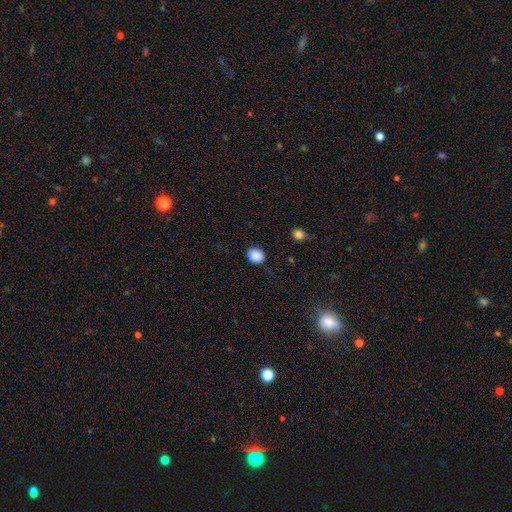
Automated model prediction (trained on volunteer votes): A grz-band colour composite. It shows a smooth galaxy with no disk features (88%) that is round (62%). Merging: none (83%).